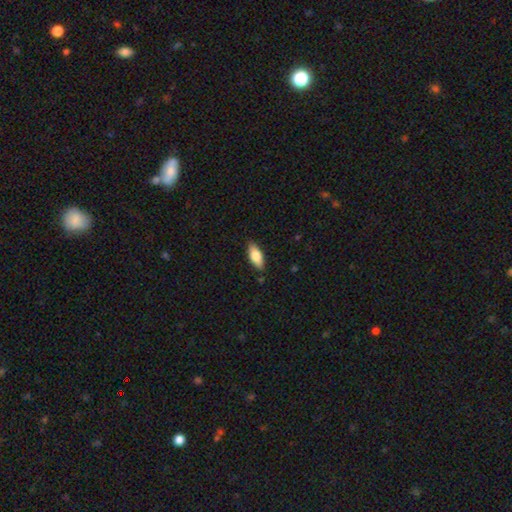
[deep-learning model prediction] The model was most divided on "smooth or featured": smooth: 76%, featured or disk: 18%, star or artifact: 6%. More confident: merging — none (85%); how rounded — in between (81%).